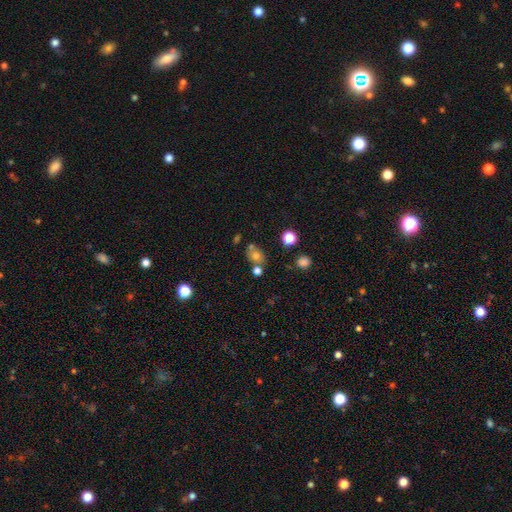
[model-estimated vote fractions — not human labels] smooth-or-featured: smooth: 68% | star or artifact: 17% | featured or disk: 15%
  how-rounded: round: 52% | in between: 46% | cigar-shaped: 1%
  merging: none: 58% | merger: 23% | minor disturbance: 14% | major disturbance: 5%